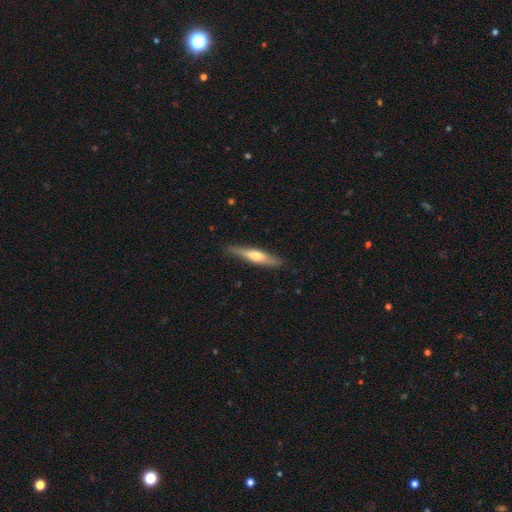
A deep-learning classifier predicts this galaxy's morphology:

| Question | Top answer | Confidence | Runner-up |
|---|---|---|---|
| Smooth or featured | featured or disk | 51% | smooth (43%) |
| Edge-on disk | yes | 92% | no (8%) |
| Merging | none | 86% | minor disturbance (11%) |